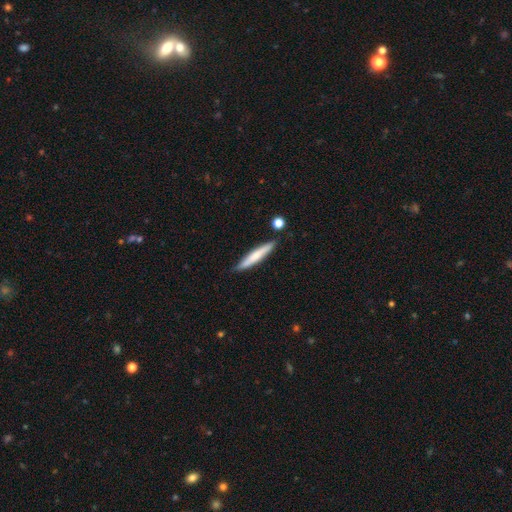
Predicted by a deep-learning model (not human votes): Overall: smooth (62%; featured or disk 32%). How rounded: cigar-shaped (92%). Merging: none (82%).